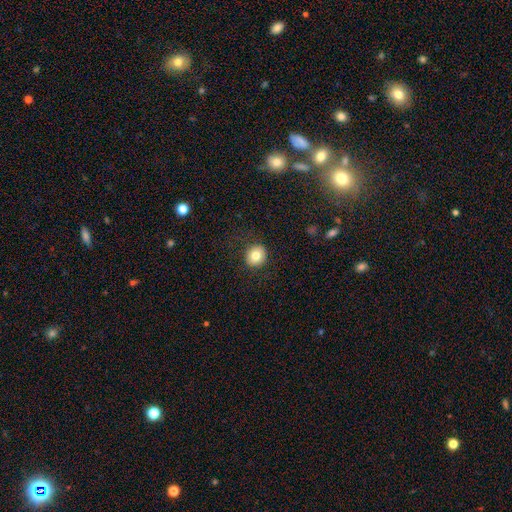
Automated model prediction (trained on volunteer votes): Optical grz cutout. It shows a smooth galaxy with no disk features (80%) that is round (83%). Merging: none (87%).